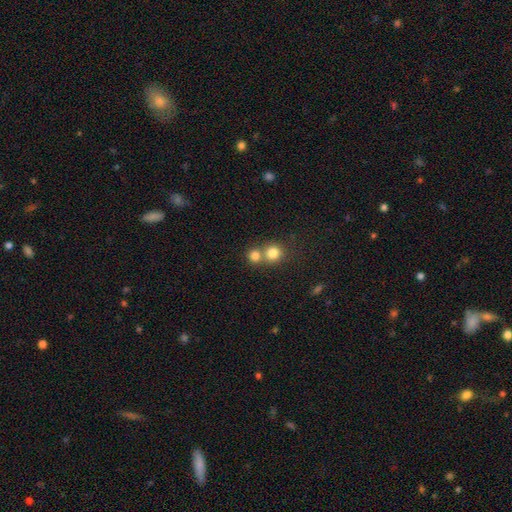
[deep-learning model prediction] smooth-or-featured: smooth: 80% | star or artifact: 12% | featured or disk: 8%
  how-rounded: round: 88% | in between: 11% | cigar-shaped: 1%
  merging: none: 47% | merger: 46% | minor disturbance: 5% | major disturbance: 2%